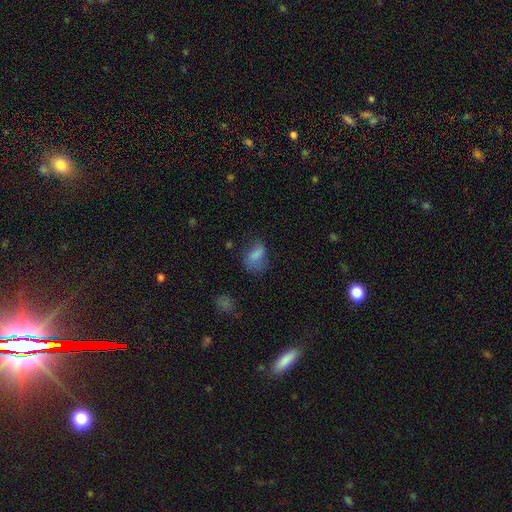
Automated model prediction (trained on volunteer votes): This appears to be a smooth galaxy with no disk features (75%) that is in between round and cigar-shaped (82%). Merging: none (44%).